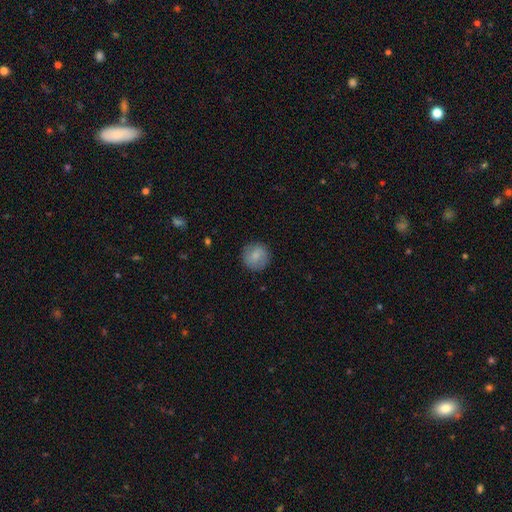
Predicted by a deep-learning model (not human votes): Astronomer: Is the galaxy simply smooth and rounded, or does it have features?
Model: smooth — 74%.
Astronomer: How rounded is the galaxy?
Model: round — 93%.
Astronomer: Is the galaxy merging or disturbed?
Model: none — 87%.